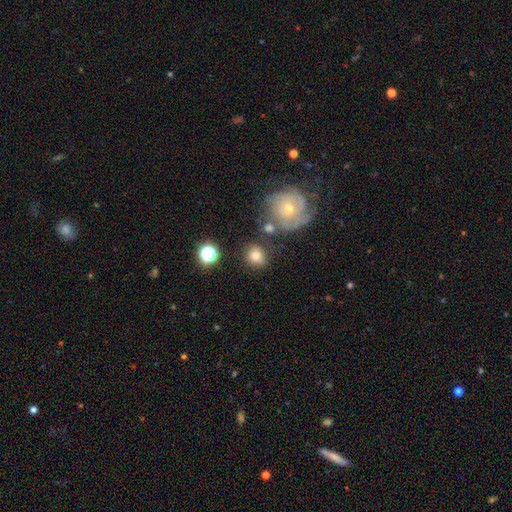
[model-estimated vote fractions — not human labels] This is likely a smooth galaxy (73%). How rounded: likely round (71%). Merging: likely none (67%).